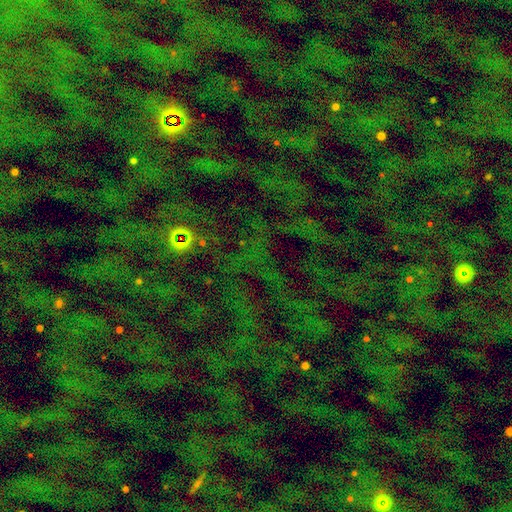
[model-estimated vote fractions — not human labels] Smooth or featured? star or artifact (74%)